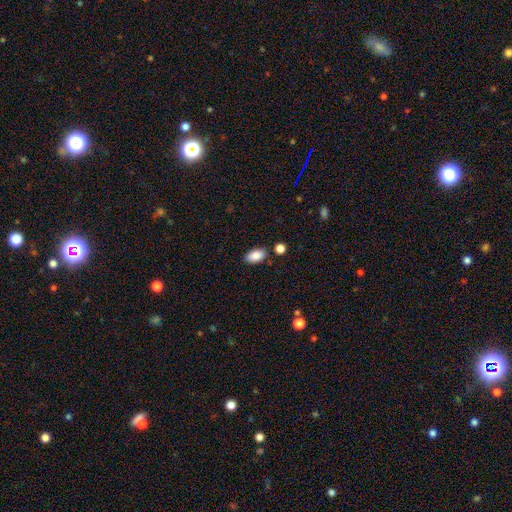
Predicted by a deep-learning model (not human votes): This appears to be a smooth galaxy with no disk features (88%) that is in between round and cigar-shaped (94%). Merging: none (83%).